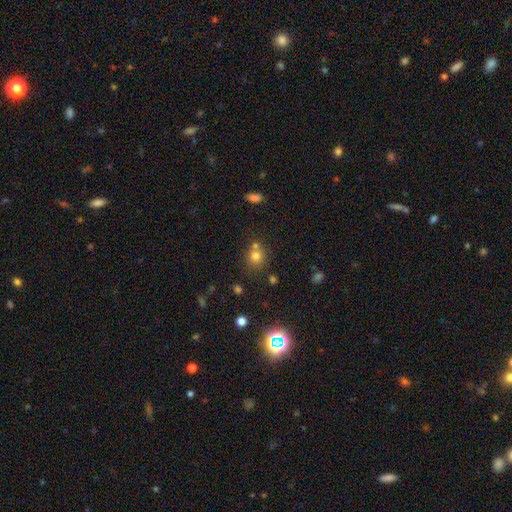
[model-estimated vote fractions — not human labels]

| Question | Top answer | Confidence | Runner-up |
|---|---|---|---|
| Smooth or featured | smooth | 74% | star or artifact (16%) |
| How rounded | round | 77% | in between (22%) |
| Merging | none | 57% | merger (28%) |